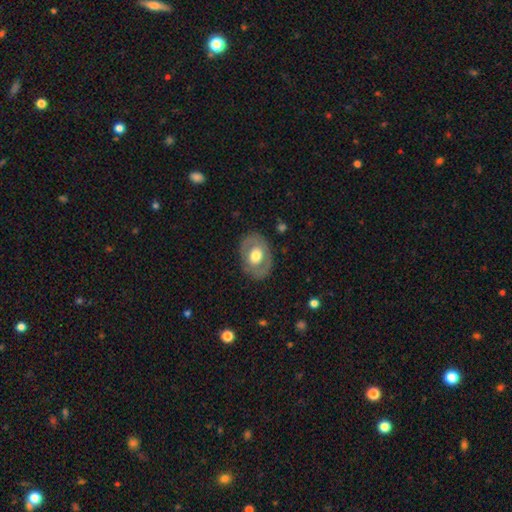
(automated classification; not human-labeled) The model was most divided on "smooth or featured": smooth: 49%, featured or disk: 45%, star or artifact: 6%. More confident: merging — none (81%).